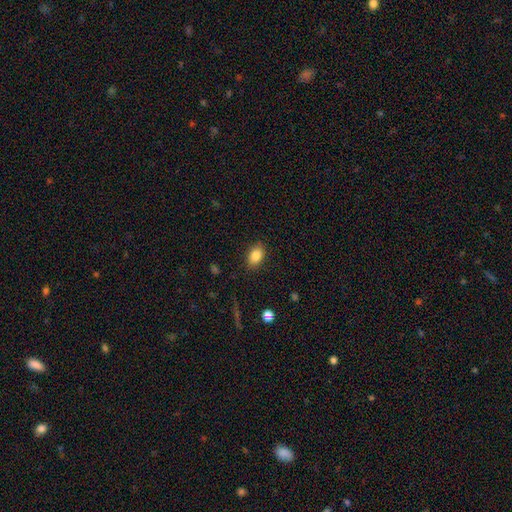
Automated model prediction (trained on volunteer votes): smooth_or_featured: smooth (p=0.85) [alt: star or artifact p=0.09]
how_rounded: in between (p=0.82) [alt: round p=0.17]
merging: none (p=0.86) [alt: minor disturbance p=0.10]